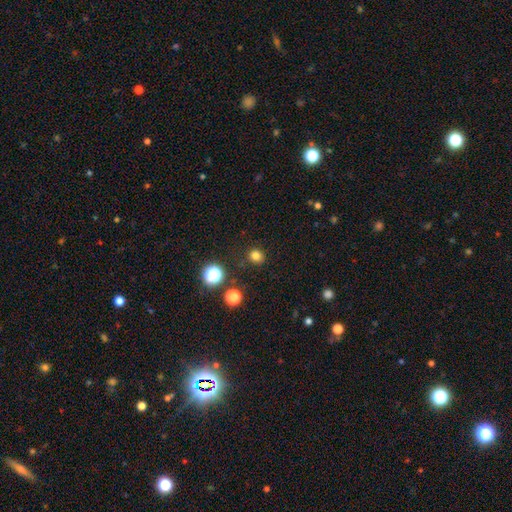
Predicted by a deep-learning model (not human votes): Morphology: type=smooth (79%); roundness=round (86%); merging=none (88%).